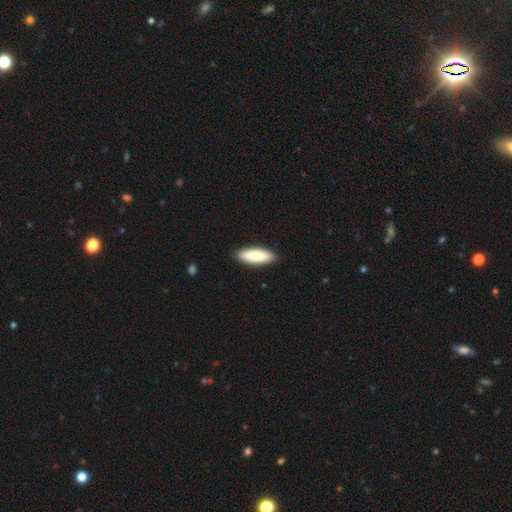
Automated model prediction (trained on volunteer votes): A smooth galaxy with no disk features (85%) that is in between round and cigar-shaped (51%). Merging: none (90%).